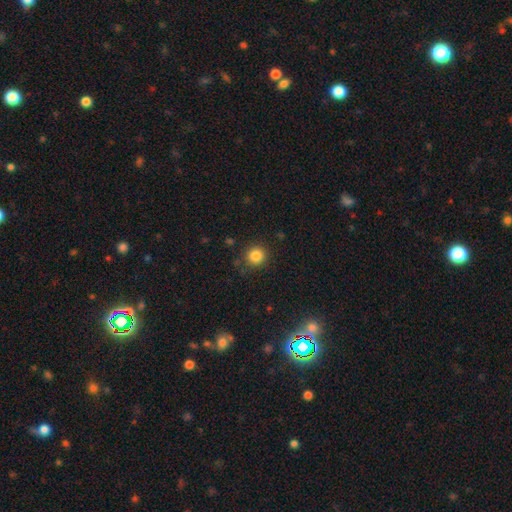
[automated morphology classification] type=smooth (84%); roundness=round (93%); merging=none (87%).